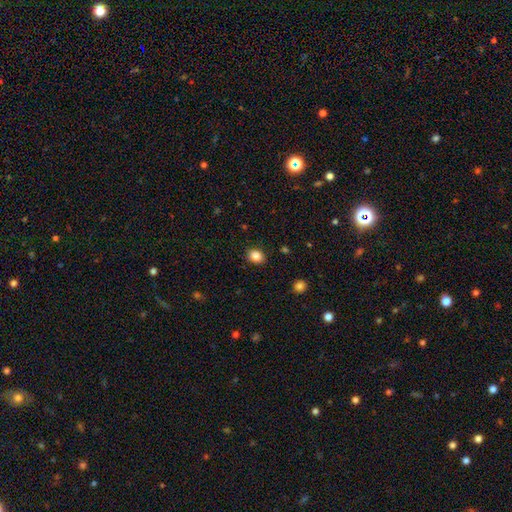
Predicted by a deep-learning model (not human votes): Smooth or featured?
  - smooth: 85% *
  - star or artifact: 10%
  - featured or disk: 5%
How rounded?
  - round: 56% *
  - in between: 43%
  - cigar-shaped: 1%
Merging?
  - none: 89% *
  - minor disturbance: 8%
  - major disturbance: 2%
  - merger: 1%